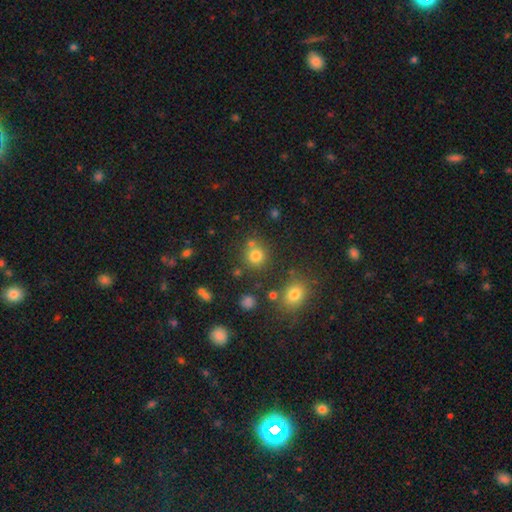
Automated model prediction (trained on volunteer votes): smooth 76%, star or artifact 17%, featured or disk 7%. Down the decision tree: how rounded — round (88%); merging — none (70%).